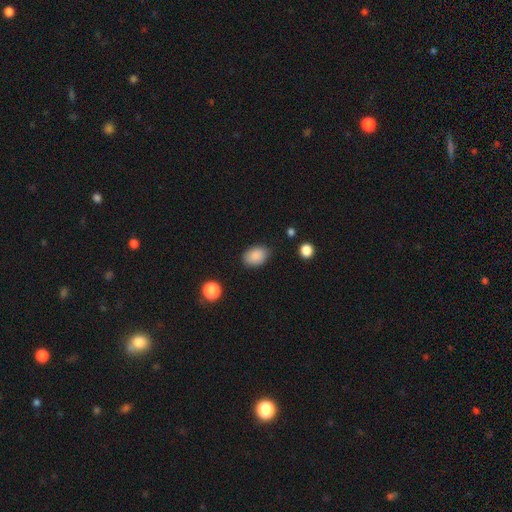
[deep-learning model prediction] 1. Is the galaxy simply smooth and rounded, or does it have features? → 88% smooth, 8% star or artifact, 4% featured or disk.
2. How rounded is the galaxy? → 80% in between, 19% round, 1% cigar-shaped.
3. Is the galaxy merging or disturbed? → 81% none, 15% minor disturbance, 3% major disturbance, 2% merger.